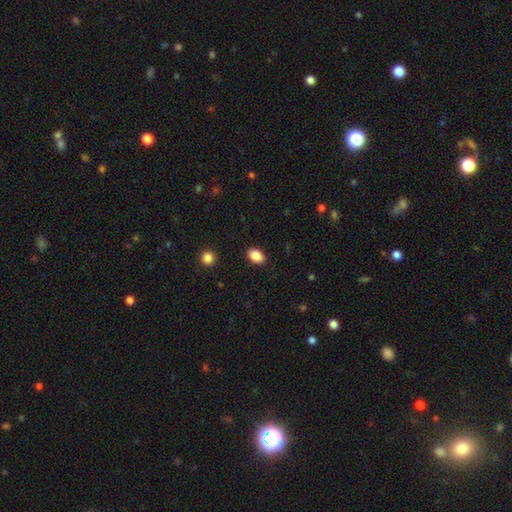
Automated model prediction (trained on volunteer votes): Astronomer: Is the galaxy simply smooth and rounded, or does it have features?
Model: smooth — 87%.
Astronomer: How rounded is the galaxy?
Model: in between — 86%.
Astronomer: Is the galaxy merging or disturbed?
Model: none — 89%.